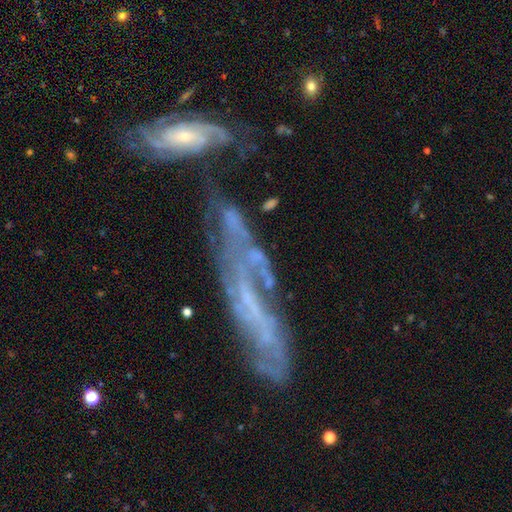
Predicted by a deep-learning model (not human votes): featured or disk 66%, smooth 19%, star or artifact 15%. Down the decision tree: edge-on disk — no (74%); merging — none (35%).